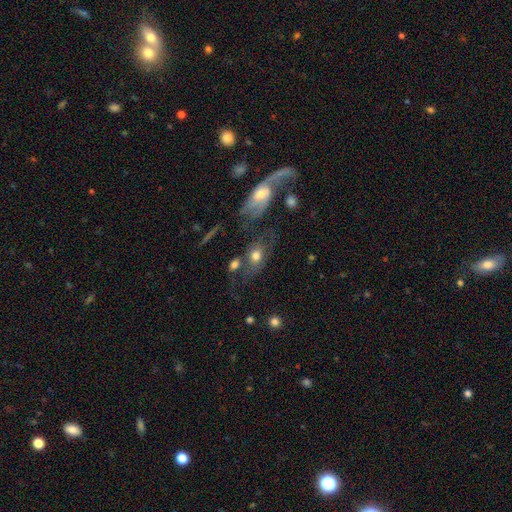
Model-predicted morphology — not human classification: The model was most divided on "merging": none: 41%, merger: 21%, minor disturbance: 20%, major disturbance: 18%. More confident: how rounded — in between (68%); smooth or featured — smooth (56%).